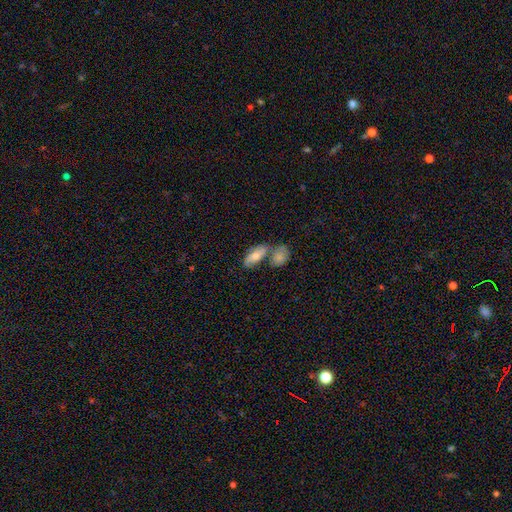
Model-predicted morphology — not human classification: smooth_or_featured: smooth (p=0.59) [alt: featured or disk p=0.33]
how_rounded: in between (p=0.78) [alt: cigar-shaped p=0.17]
merging: none (p=0.41) [alt: merger p=0.39]